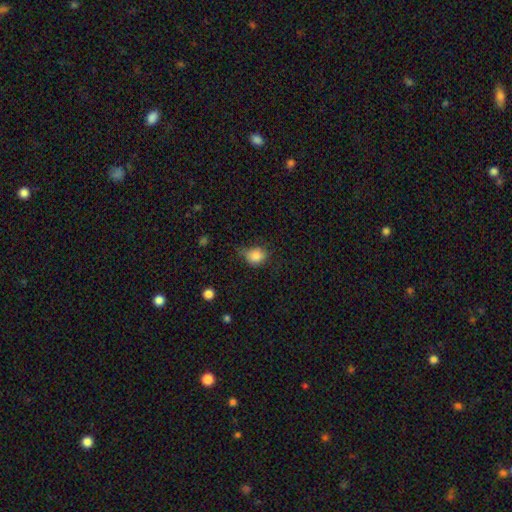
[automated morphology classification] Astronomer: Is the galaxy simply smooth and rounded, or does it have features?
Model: smooth — 83%.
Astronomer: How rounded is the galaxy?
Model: round — 60% (runner-up: in between, 39%).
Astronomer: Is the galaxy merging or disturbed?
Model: none — 50% (runner-up: minor disturbance, 35%).